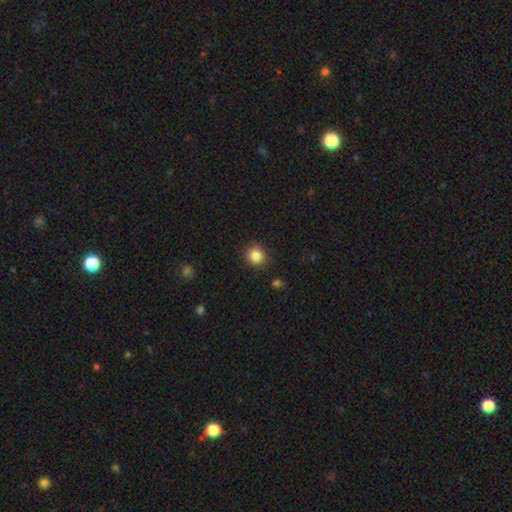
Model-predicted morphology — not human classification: Smooth or featured?
  - smooth: 85% *
  - star or artifact: 10%
  - featured or disk: 4%
How rounded?
  - round: 90% *
  - in between: 9%
  - cigar-shaped: 1%
Merging?
  - none: 89% *
  - minor disturbance: 7%
  - major disturbance: 2%
  - merger: 1%